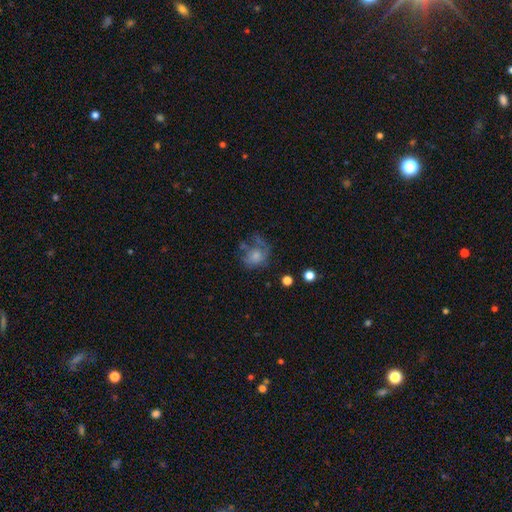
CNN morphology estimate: This appears to be a smooth galaxy with no disk features (61%) that is round (59%). Merging: major disturbance (34%).